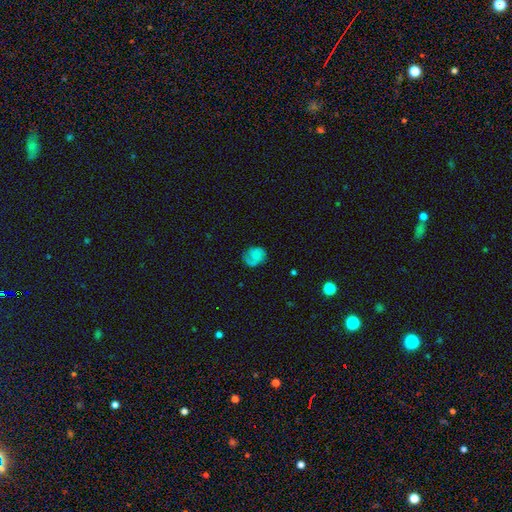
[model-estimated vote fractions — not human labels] A smooth galaxy with no disk features (64%) that is round (56%). Merging: none (57%).